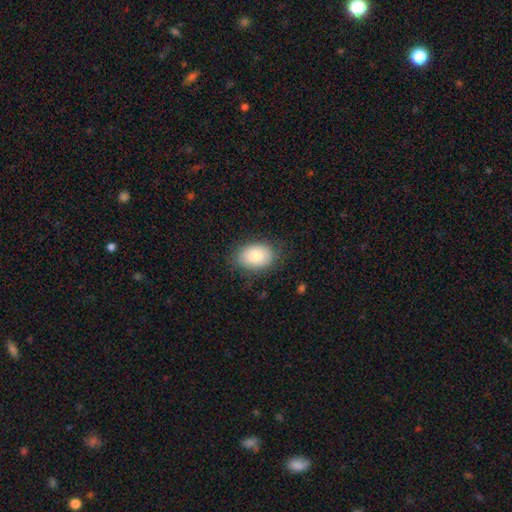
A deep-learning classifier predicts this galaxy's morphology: Smooth or featured: smooth — 82% (featured or disk — 11%)
How rounded: in between — 79% (round — 20%)
Merging: none — 80% (minor disturbance — 15%)